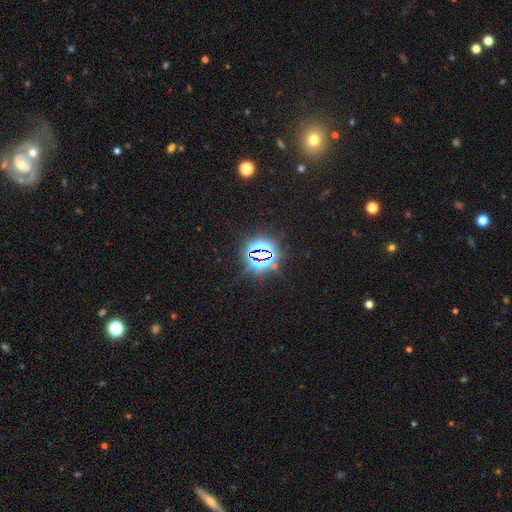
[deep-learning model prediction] Overall: star or artifact (80%).